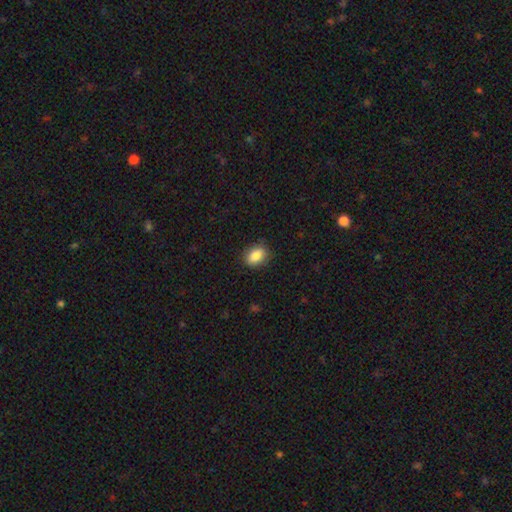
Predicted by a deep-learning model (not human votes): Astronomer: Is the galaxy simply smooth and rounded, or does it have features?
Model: smooth — 86%.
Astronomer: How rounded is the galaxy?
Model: in between — 77%.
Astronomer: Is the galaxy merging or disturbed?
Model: none — 85%.